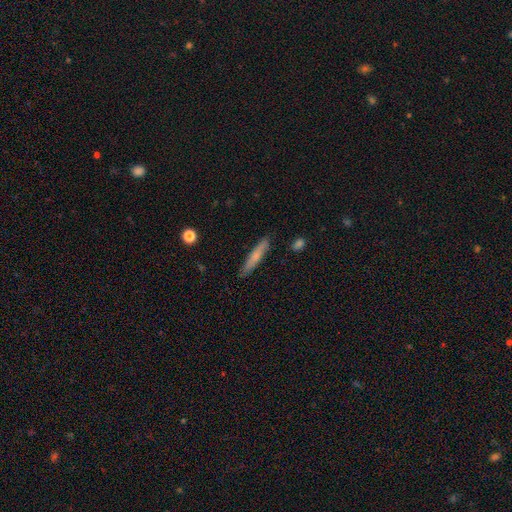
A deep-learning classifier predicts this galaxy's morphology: smooth 68%, featured or disk 26%, star or artifact 6%. Down the decision tree: how rounded — cigar-shaped (92%); merging — none (87%).